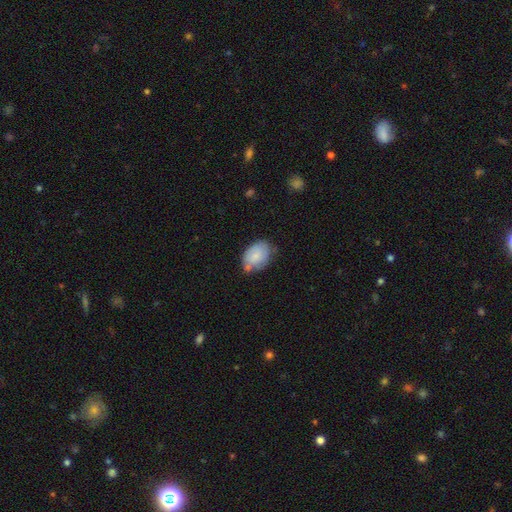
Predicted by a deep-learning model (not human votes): Smooth or featured? smooth (76%)
How rounded? in between (81%)
Merging? none (55%)